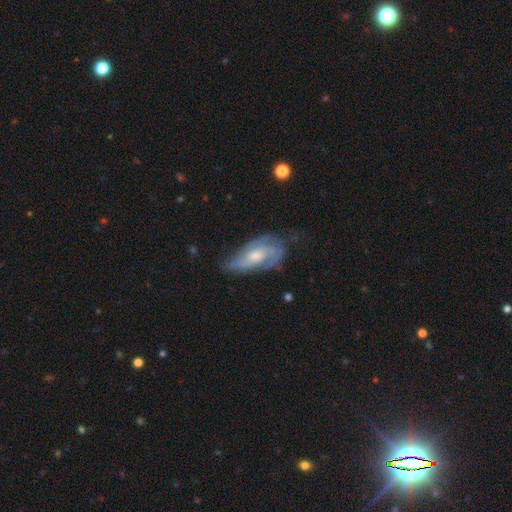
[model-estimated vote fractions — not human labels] smooth-or-featured: featured or disk: 78% | smooth: 16% | star or artifact: 6%
  disk-edge-on: no: 93% | yes: 7%
    bar: no: 62% | weak: 31% | strong: 6%
    has-spiral-arms: yes: 91% | no: 9%
      spiral-winding: medium: 44% | tight: 41% | loose: 15%
      spiral-arm-count: 2: 41% | can't tell: 25% | 3: 23% | 1: 5% | 4: 4% | more than 4: 3%
    bulge-size: moderate: 55% | small: 34% | large: 5% | none: 4% | dominant: 1%
  merging: none: 55% | minor disturbance: 28% | major disturbance: 15% | merger: 2%